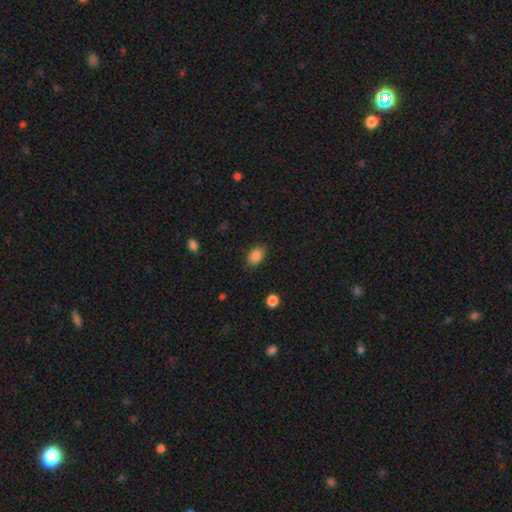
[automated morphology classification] smooth 87%, star or artifact 8%, featured or disk 5%. Down the decision tree: how rounded — in between (88%); merging — none (86%).